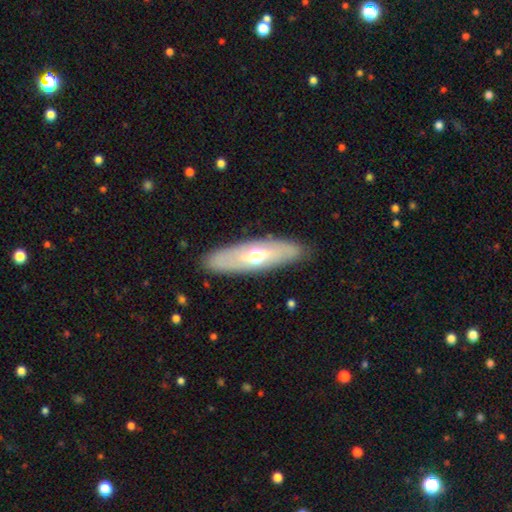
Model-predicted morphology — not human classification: Q: Smooth or featured?
A: featured or disk (51%); runner-up: smooth (43%)
Q: Edge-on disk?
A: no (56%); runner-up: yes (44%)
Q: Merging?
A: none (87%); runner-up: minor disturbance (10%)